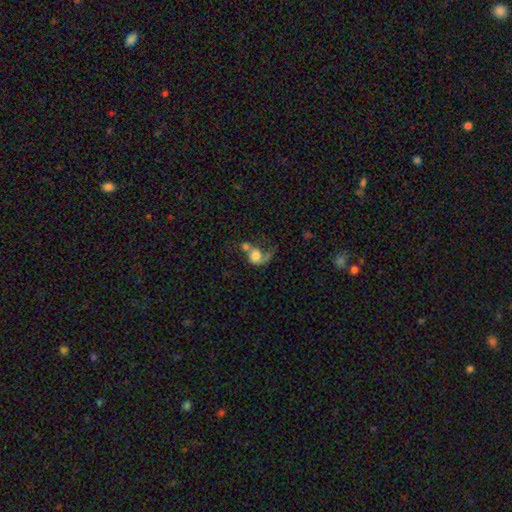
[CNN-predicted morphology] This appears to be a smooth galaxy with no disk features (53%) that is round (56%). Merging: merger (50%).